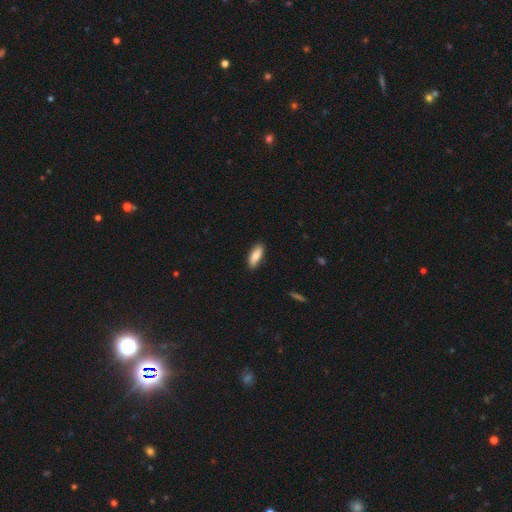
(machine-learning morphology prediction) smooth_or_featured: smooth (p=0.84) [alt: featured or disk p=0.11]
how_rounded: in between (p=0.70) [alt: cigar-shaped p=0.28]
merging: none (p=0.88) [alt: minor disturbance p=0.09]